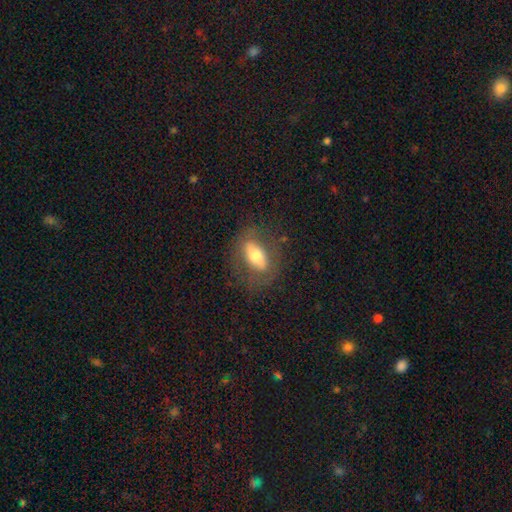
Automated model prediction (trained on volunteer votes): smooth 51%, featured or disk 42%, star or artifact 8%. Down the decision tree: how rounded — in between (79%); merging — none (74%).